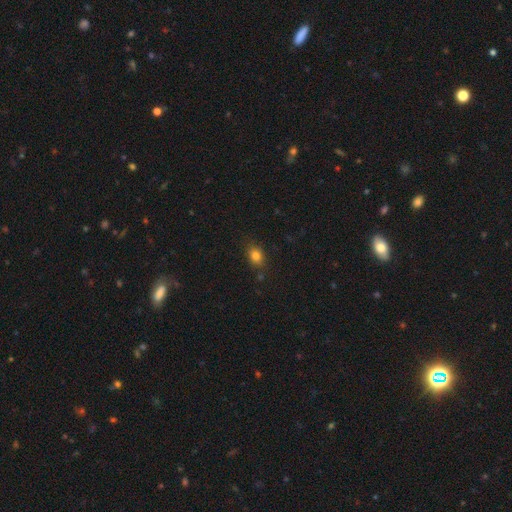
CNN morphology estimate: Smooth or featured: smooth — 81% (star or artifact — 12%)
How rounded: in between — 64% (round — 34%)
Merging: none — 80% (minor disturbance — 14%)